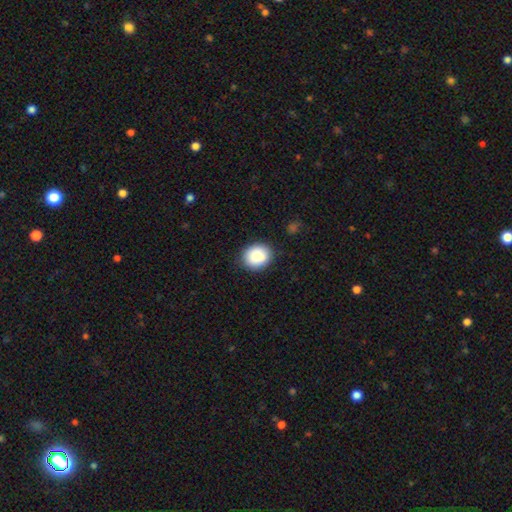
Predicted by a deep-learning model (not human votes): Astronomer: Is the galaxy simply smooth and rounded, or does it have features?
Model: smooth — 88%.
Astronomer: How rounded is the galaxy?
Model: round — 66%.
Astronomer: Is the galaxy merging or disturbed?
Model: none — 86%.